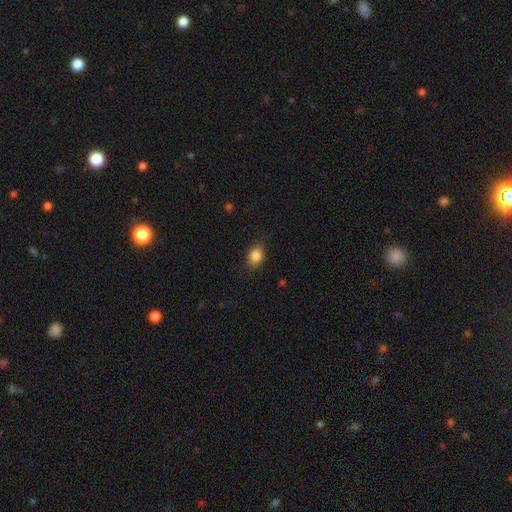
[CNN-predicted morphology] Q: Smooth or featured?
A: smooth (85%); runner-up: star or artifact (9%)
Q: How rounded?
A: in between (77%); runner-up: round (21%)
Q: Merging?
A: none (85%); runner-up: minor disturbance (11%)